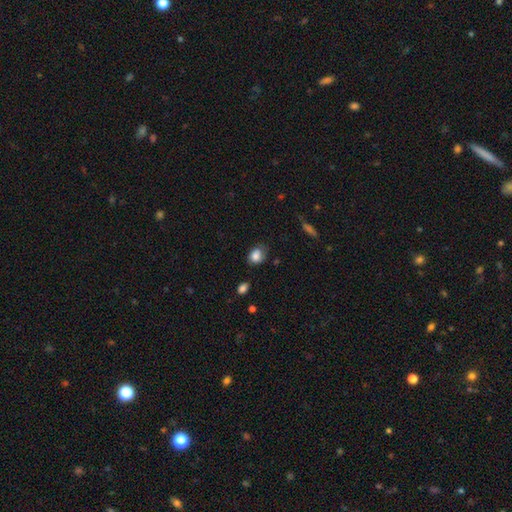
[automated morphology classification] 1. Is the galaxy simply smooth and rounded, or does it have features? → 81% smooth, 11% featured or disk, 9% star or artifact.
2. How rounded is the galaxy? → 59% in between, 40% round, 1% cigar-shaped.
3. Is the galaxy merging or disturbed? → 60% none, 30% minor disturbance, 8% major disturbance, 2% merger.